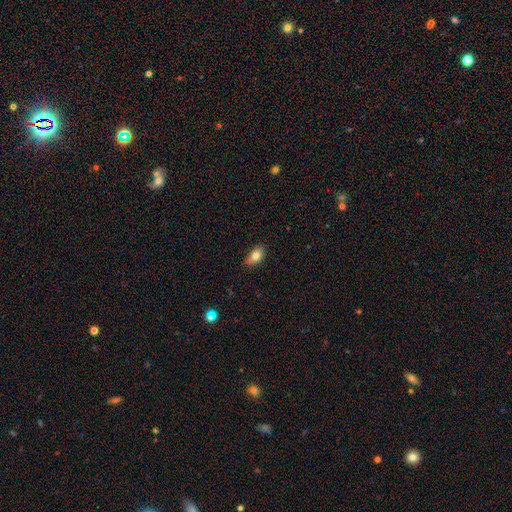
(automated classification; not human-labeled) A smooth galaxy with no disk features (80%) that is in between round and cigar-shaped (89%). Merging: none (79%).